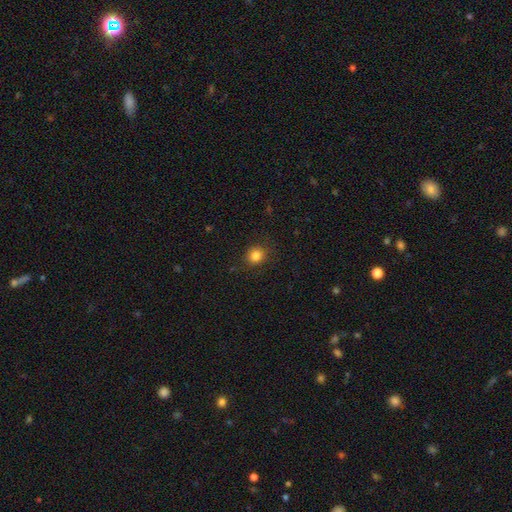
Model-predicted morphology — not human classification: type=smooth (83%); roundness=round (86%); merging=none (88%).